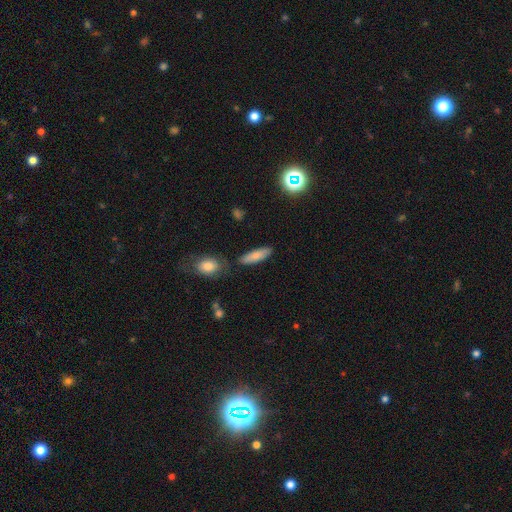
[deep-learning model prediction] Smooth or featured? Predicted: smooth (p=0.79). How rounded? Predicted: in between (p=0.51). Merging? Predicted: none (p=0.78).